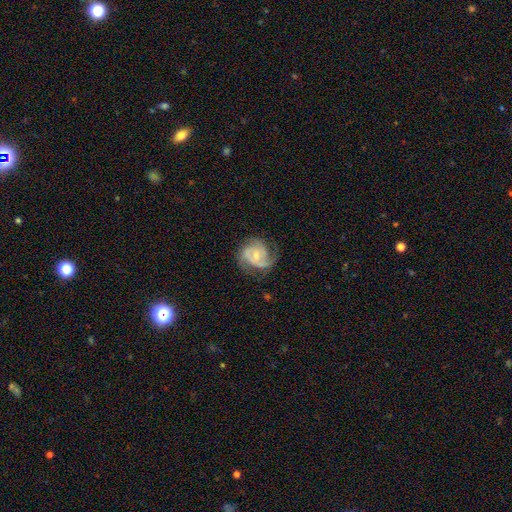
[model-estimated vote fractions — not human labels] Overall: featured or disk (81%). Edge-on disk: no (98%). Bar: no (59%; weak 34%). Spiral arms: yes (95%). Spiral arm count: 2 (44%; 3 26%). Spiral winding: medium (44%; tight 42%). Bulge size: small (54%; moderate 39%). Merging: none (61%; minor disturbance 23%).